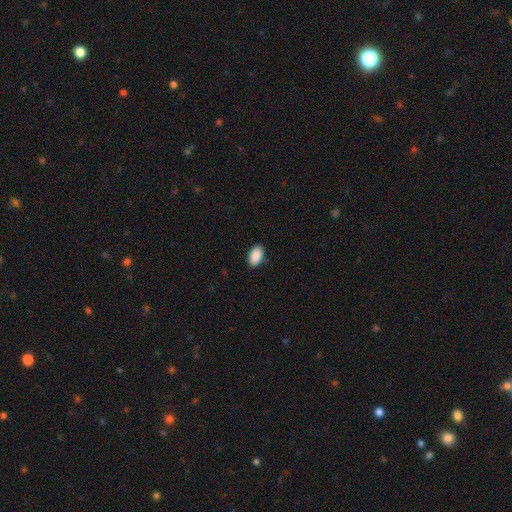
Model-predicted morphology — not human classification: Smooth or featured?
  - smooth: 91% *
  - star or artifact: 7%
  - featured or disk: 3%
How rounded?
  - in between: 94% *
  - round: 5%
  - cigar-shaped: 1%
Merging?
  - none: 89% *
  - minor disturbance: 8%
  - major disturbance: 2%
  - merger: 1%